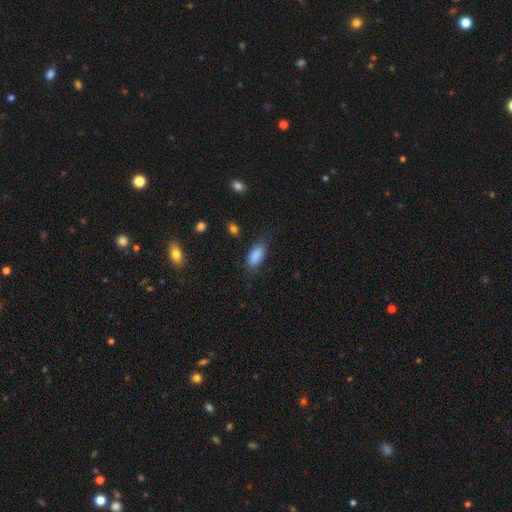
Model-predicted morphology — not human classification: smooth 89%, star or artifact 7%, featured or disk 4%. Down the decision tree: how rounded — in between (90%); merging — none (81%).